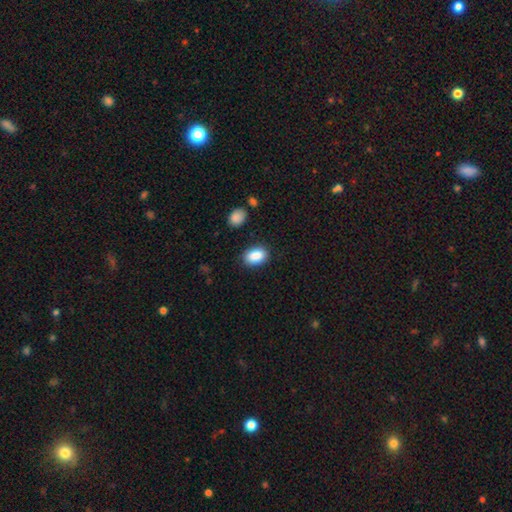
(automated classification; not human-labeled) smooth-or-featured: smooth: 88% | star or artifact: 8% | featured or disk: 5%
  how-rounded: in between: 87% | round: 12% | cigar-shaped: 2%
  merging: none: 84% | minor disturbance: 11% | major disturbance: 3% | merger: 2%